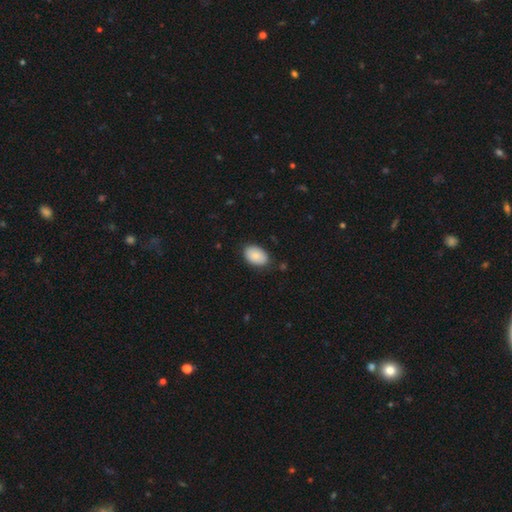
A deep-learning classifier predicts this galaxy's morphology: smooth 86%, featured or disk 7%, star or artifact 7%. Down the decision tree: how rounded — in between (90%); merging — none (84%).